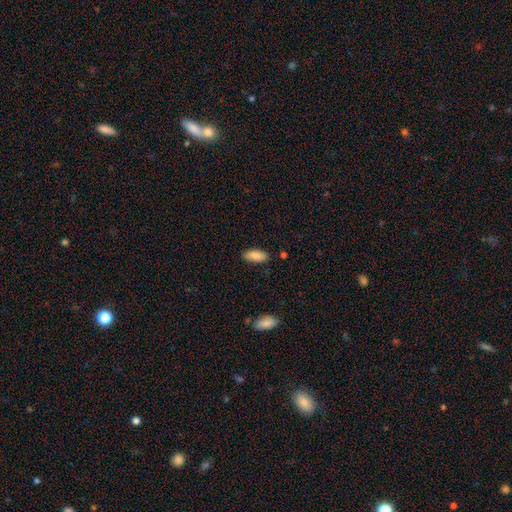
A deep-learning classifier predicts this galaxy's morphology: Smooth or featured: smooth — 86% (featured or disk — 7%)
How rounded: in between — 83% (cigar-shaped — 15%)
Merging: none — 86% (minor disturbance — 10%)